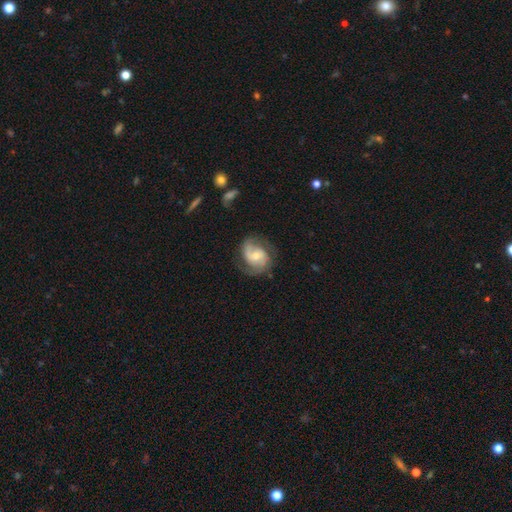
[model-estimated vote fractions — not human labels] Morphology: type=featured or disk (81%); edge-on=no (98%); bar=no (56%); spiral arms=yes (95%); winding=medium (48%); arm count=2 (74%); bulge=moderate (48%); merging=none (68%).